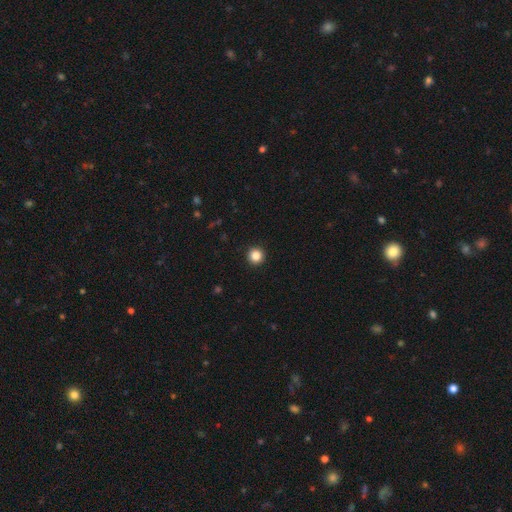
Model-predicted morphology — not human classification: Smooth or featured?
  - smooth: 85% *
  - star or artifact: 11%
  - featured or disk: 4%
How rounded?
  - round: 96% *
  - in between: 3%
  - cigar-shaped: 1%
Merging?
  - none: 94% *
  - minor disturbance: 4%
  - major disturbance: 1%
  - merger: 1%